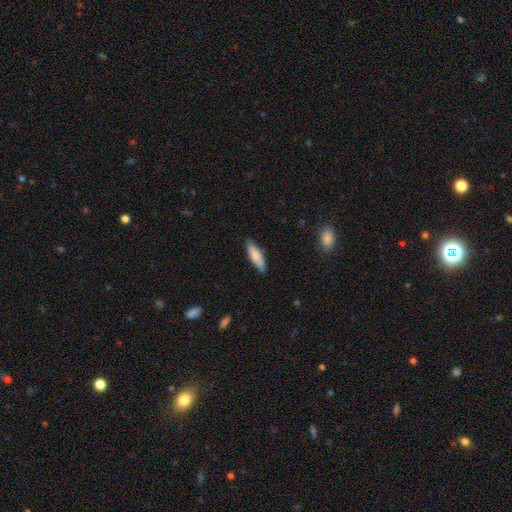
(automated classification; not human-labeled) Morphology: type=smooth (77%); roundness=cigar-shaped (58%); merging=none (84%).